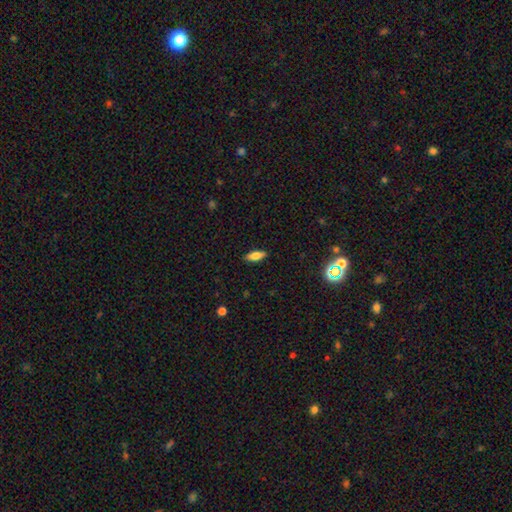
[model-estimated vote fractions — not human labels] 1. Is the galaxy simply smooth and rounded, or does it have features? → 74% smooth, 18% featured or disk, 8% star or artifact.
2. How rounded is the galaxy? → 69% in between, 29% cigar-shaped, 3% round.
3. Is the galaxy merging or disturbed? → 88% none, 9% minor disturbance, 2% major disturbance, 1% merger.